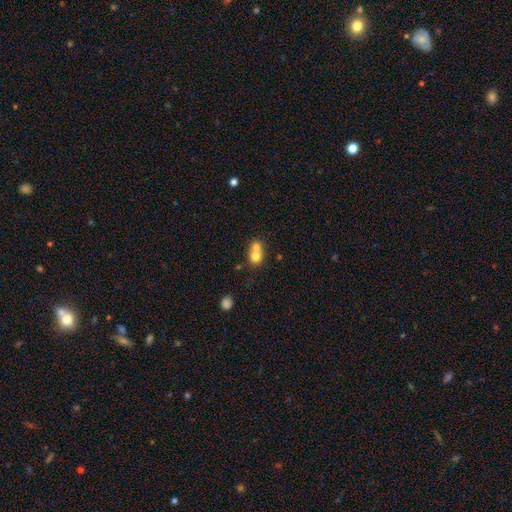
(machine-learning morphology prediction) Overall: smooth (72%). How rounded: round (77%). Merging: merger (66%; none 26%).